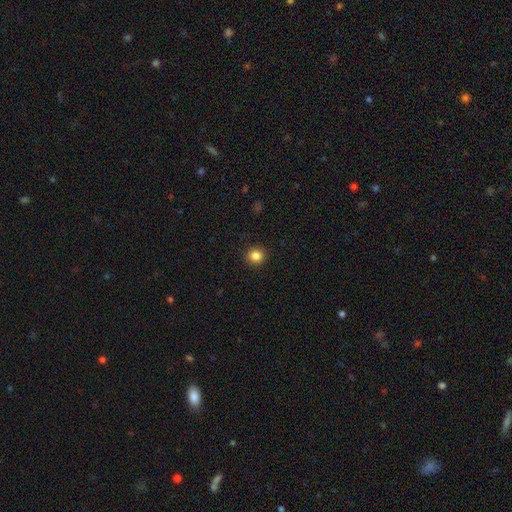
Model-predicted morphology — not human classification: Smooth or featured?
  - smooth: 85% *
  - star or artifact: 11%
  - featured or disk: 4%
How rounded?
  - round: 90% *
  - in between: 9%
  - cigar-shaped: 1%
Merging?
  - none: 92% *
  - minor disturbance: 5%
  - major disturbance: 2%
  - merger: 1%